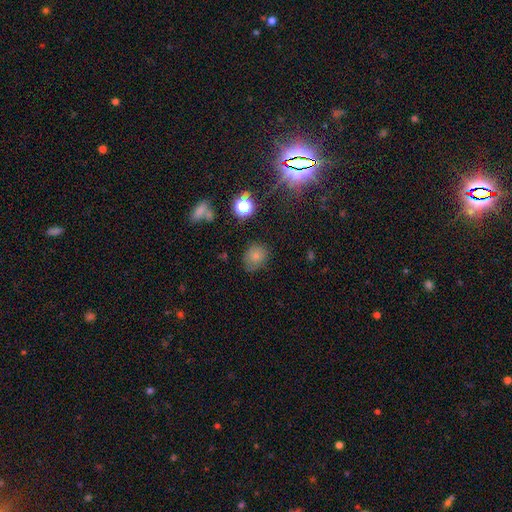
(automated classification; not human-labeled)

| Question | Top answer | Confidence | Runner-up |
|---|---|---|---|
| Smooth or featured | smooth | 73% | star or artifact (17%) |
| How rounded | round | 67% | in between (32%) |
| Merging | none | 72% | minor disturbance (19%) |